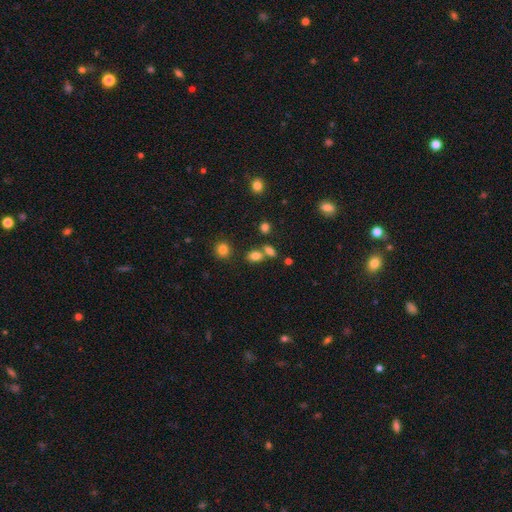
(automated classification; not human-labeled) Overall: smooth (78%). How rounded: in between (76%). Merging: none (53%; merger 32%).